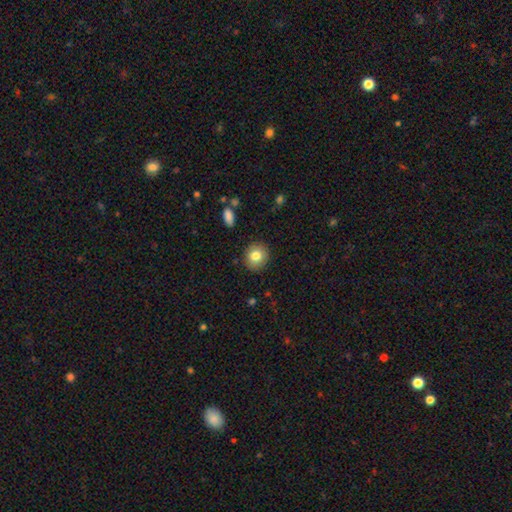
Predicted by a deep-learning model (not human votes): smooth-or-featured: smooth: 80% | featured or disk: 11% | star or artifact: 9%
  how-rounded: round: 82% | in between: 17% | cigar-shaped: 1%
  merging: none: 89% | minor disturbance: 7% | major disturbance: 2% | merger: 1%